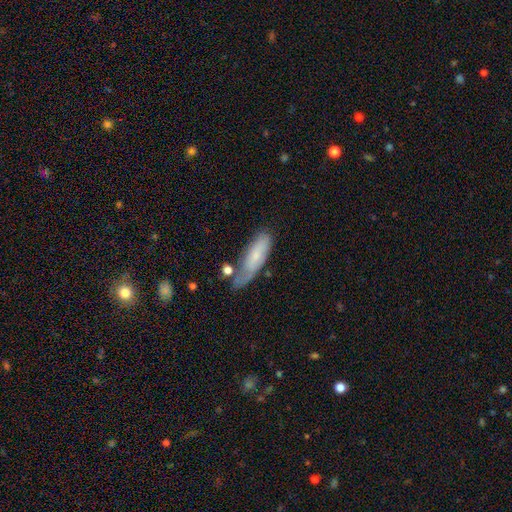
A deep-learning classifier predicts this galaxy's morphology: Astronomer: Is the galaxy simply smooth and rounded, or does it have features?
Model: smooth — 63%.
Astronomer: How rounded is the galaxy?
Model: in between — 55% (runner-up: cigar-shaped, 43%).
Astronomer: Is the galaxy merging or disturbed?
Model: none — 44% (runner-up: minor disturbance, 31%).